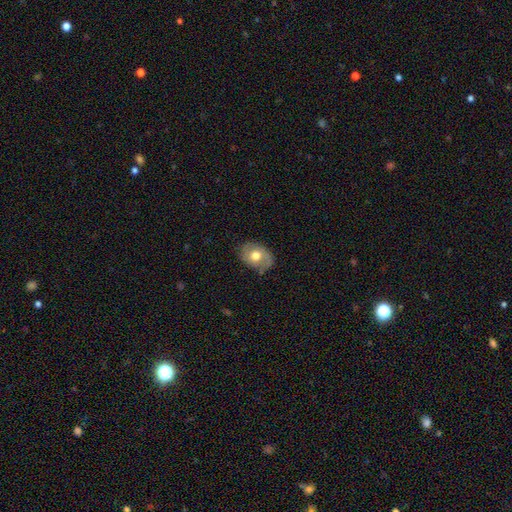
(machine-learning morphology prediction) The model was most divided on "smooth or featured": smooth: 58%, featured or disk: 35%, star or artifact: 7%. More confident: merging — none (69%); how rounded — in between (67%).